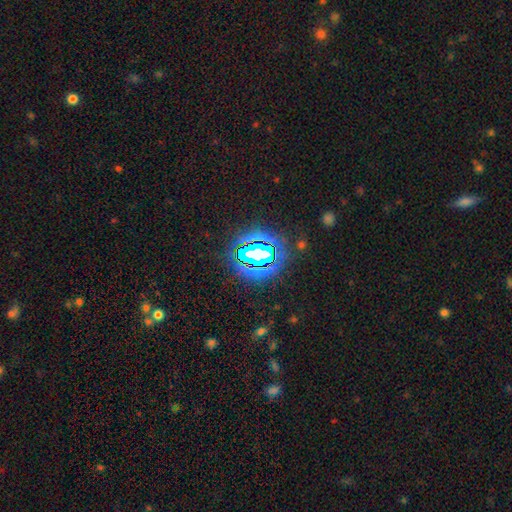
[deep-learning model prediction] A star or artifact, not a galaxy (71%).

Vote fractions:
- Smooth or featured? star or artifact: 71% / smooth: 16% / featured or disk: 13%